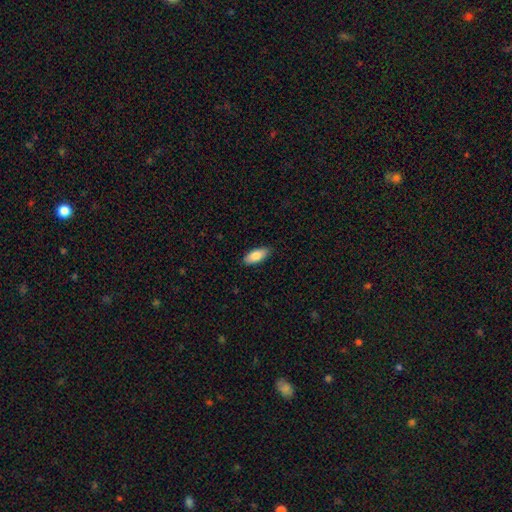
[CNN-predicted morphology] Overall: smooth (84%). How rounded: in between (84%). Merging: none (89%).